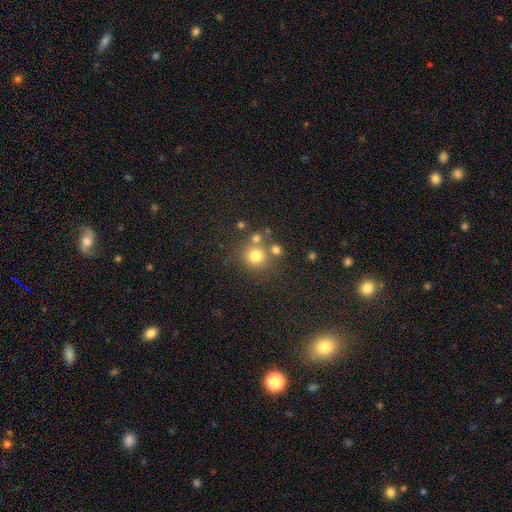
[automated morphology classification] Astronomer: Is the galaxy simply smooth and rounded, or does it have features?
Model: smooth — 74%.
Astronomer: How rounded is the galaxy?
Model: round — 92%.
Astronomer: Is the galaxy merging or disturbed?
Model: none — 66%.